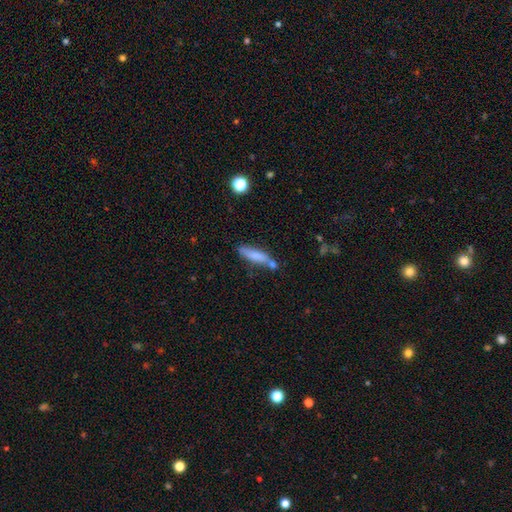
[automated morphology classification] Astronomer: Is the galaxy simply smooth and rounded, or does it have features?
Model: smooth — 69%.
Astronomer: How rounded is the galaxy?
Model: cigar-shaped — 73%.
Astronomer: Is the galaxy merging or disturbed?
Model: none — 59%.